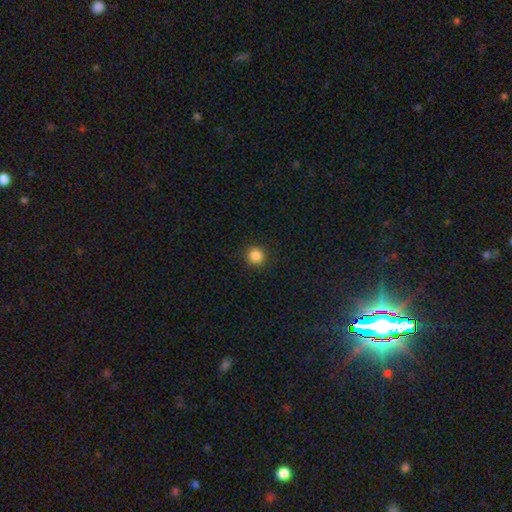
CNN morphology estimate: smooth 86%, star or artifact 11%, featured or disk 3%. Down the decision tree: how rounded — round (94%); merging — none (92%).